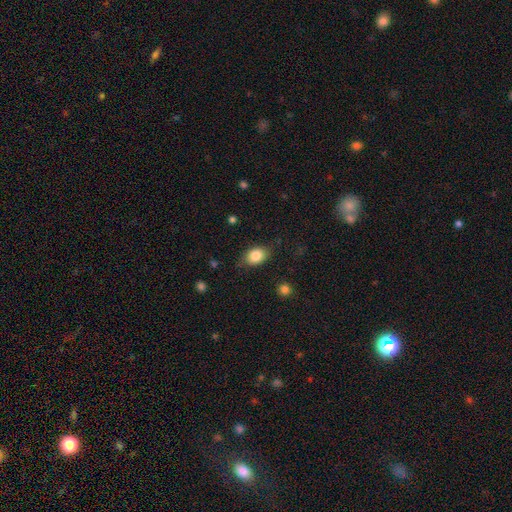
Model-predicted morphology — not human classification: Smooth or featured? Predicted: smooth (p=0.84). How rounded? Predicted: in between (p=0.77). Merging? Predicted: none (p=0.78).